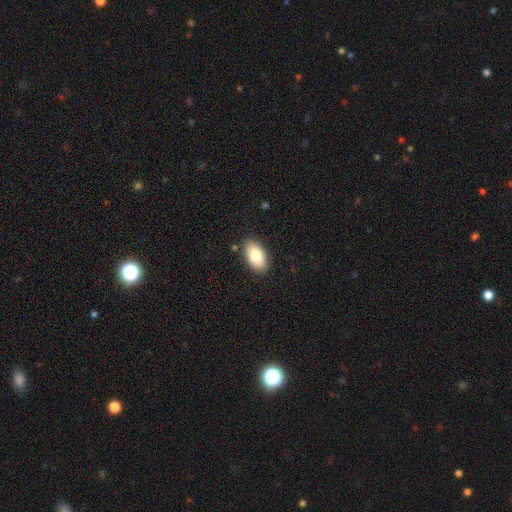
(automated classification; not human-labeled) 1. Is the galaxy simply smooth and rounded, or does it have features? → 81% smooth, 12% featured or disk, 7% star or artifact.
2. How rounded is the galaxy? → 94% in between, 4% round, 2% cigar-shaped.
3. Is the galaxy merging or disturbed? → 87% none, 9% minor disturbance, 2% major disturbance, 1% merger.